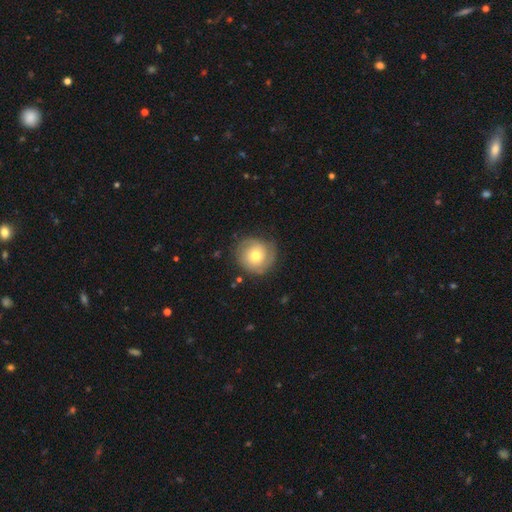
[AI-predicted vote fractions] Smooth or featured? featured or disk (49%)
Merging? none (76%)